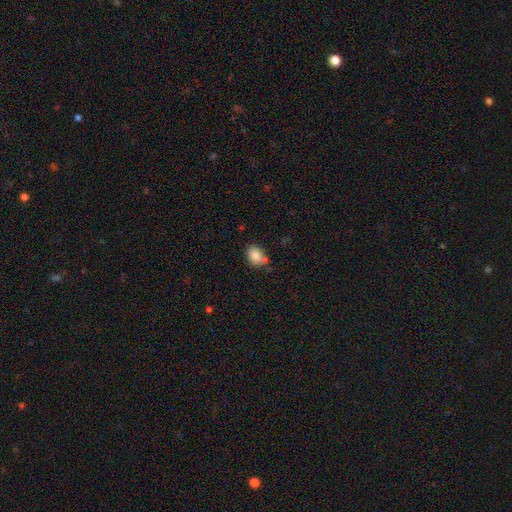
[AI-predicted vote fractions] The model was most divided on "how rounded": in between: 64%, round: 35%, cigar-shaped: 1%. More confident: smooth or featured — smooth (85%); merging — none (67%).